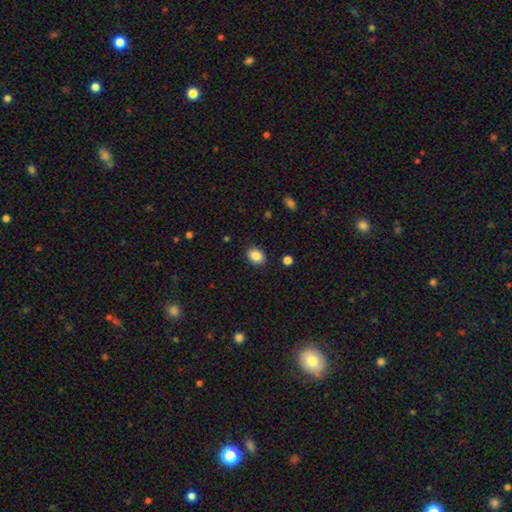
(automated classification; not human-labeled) Smooth or featured: smooth — 87% (star or artifact — 8%)
How rounded: in between — 64% (round — 35%)
Merging: none — 88% (minor disturbance — 9%)